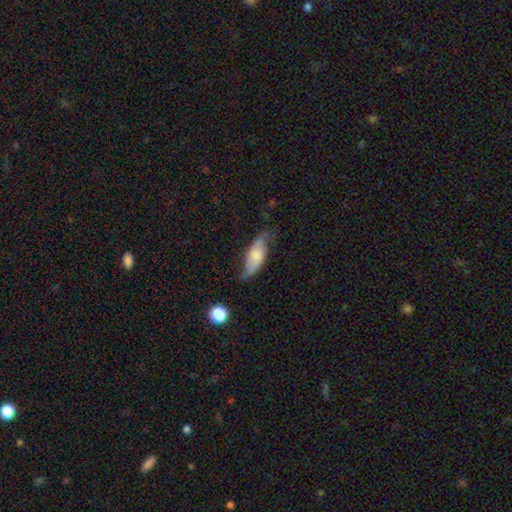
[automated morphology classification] Smooth or featured: smooth — 48% (featured or disk — 45%)
Merging: none — 54% (minor disturbance — 31%)